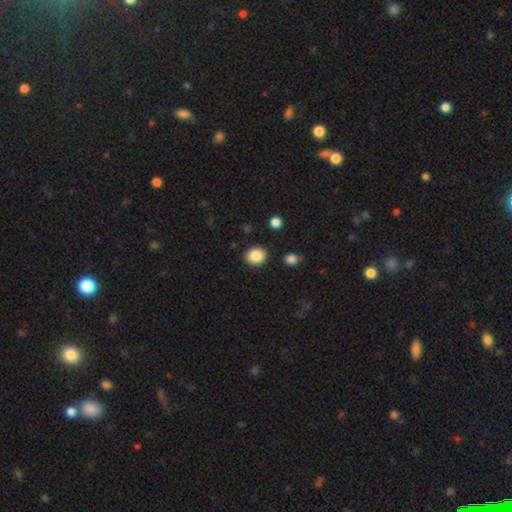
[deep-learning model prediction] Smooth or featured: smooth — 87% (star or artifact — 9%)
How rounded: round — 74% (in between — 26%)
Merging: none — 89% (minor disturbance — 7%)